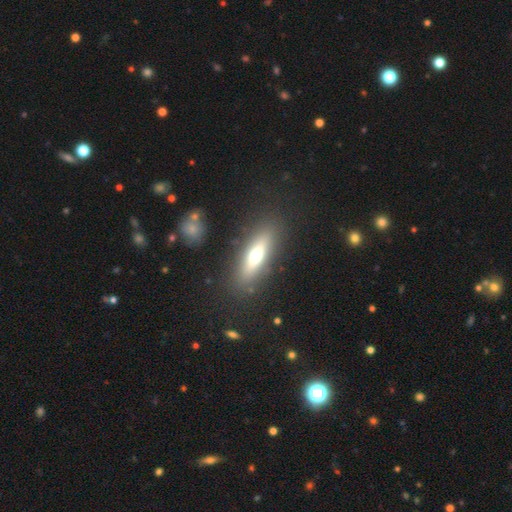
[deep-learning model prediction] smooth 55%, featured or disk 36%, star or artifact 8%. Down the decision tree: how rounded — cigar-shaped (51%); merging — none (85%).